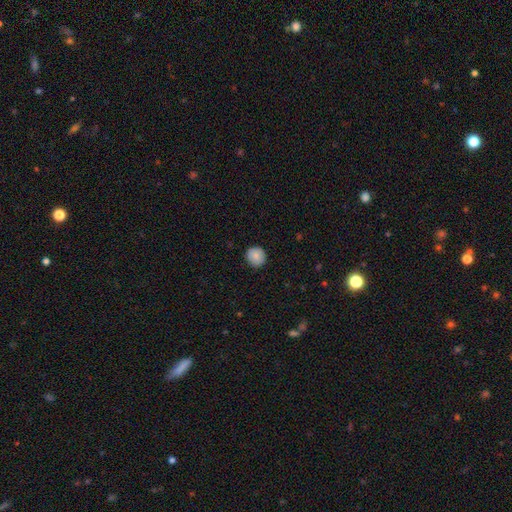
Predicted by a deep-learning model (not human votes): A smooth galaxy with no disk features (84%) that is round (92%).

Vote fractions:
- Smooth or featured? smooth: 84% / featured or disk: 8% / star or artifact: 7%
- How rounded? round: 92% / in between: 7% / cigar-shaped: 1%
- Merging? none: 87% / minor disturbance: 10% / major disturbance: 2% / merger: 1%